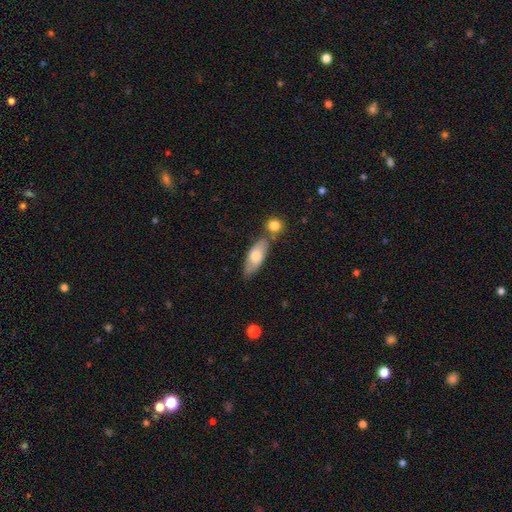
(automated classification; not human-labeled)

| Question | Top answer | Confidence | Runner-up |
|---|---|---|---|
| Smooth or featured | smooth | 67% | featured or disk (27%) |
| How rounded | in between | 71% | cigar-shaped (26%) |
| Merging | none | 65% | merger (17%) |